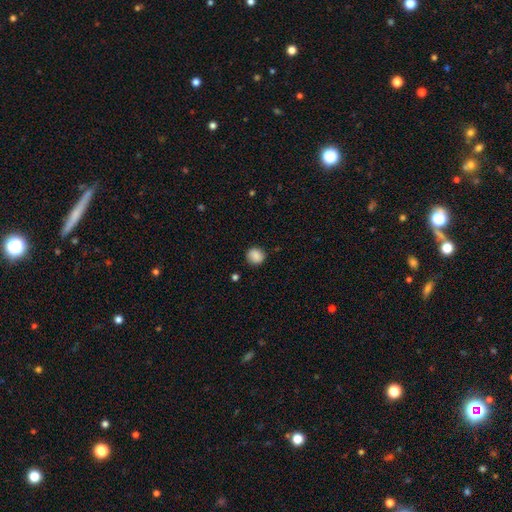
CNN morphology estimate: smooth-or-featured: smooth: 87% | star or artifact: 9% | featured or disk: 5%
  how-rounded: round: 87% | in between: 12% | cigar-shaped: 1%
  merging: none: 87% | minor disturbance: 10% | major disturbance: 2% | merger: 1%